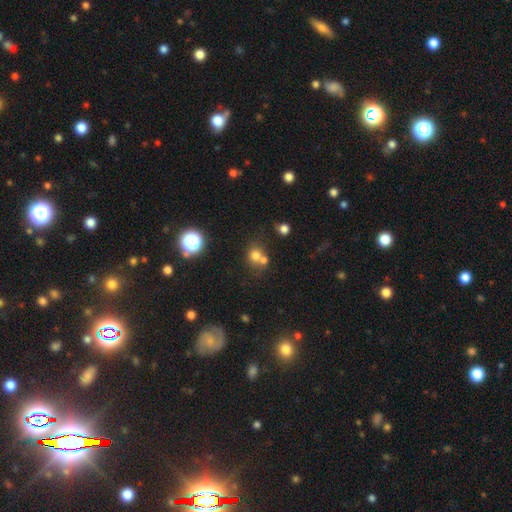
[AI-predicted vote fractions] smooth-or-featured: smooth: 69% | star or artifact: 19% | featured or disk: 12%
  how-rounded: round: 79% | in between: 20% | cigar-shaped: 1%
  merging: none: 45% | merger: 42% | minor disturbance: 9% | major disturbance: 4%